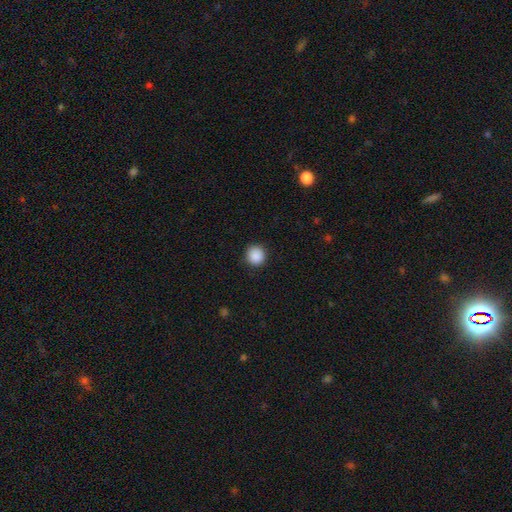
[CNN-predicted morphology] Smooth or featured: smooth — 89% (star or artifact — 9%)
How rounded: round — 92% (in between — 7%)
Merging: none — 91% (minor disturbance — 6%)